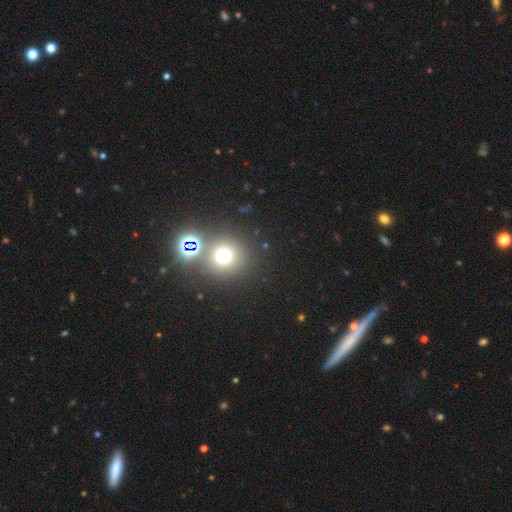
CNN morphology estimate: Overall: smooth (46%; star or artifact 40%). Merging: none (70%).